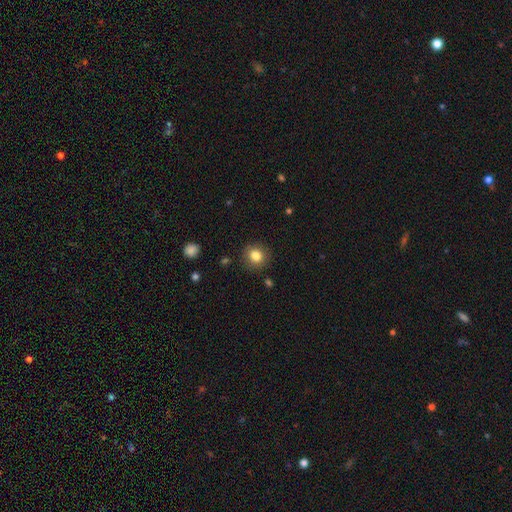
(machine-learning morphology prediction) smooth-or-featured: smooth: 83% | star or artifact: 10% | featured or disk: 7%
  how-rounded: round: 83% | in between: 16% | cigar-shaped: 1%
  merging: none: 88% | minor disturbance: 8% | major disturbance: 3% | merger: 1%